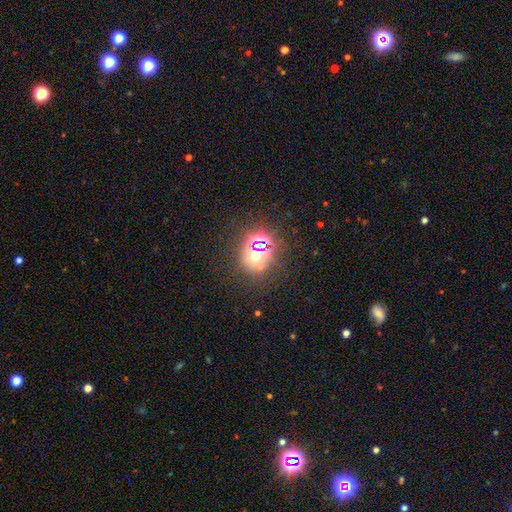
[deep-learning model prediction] star or artifact 56%, smooth 33%, featured or disk 11%.